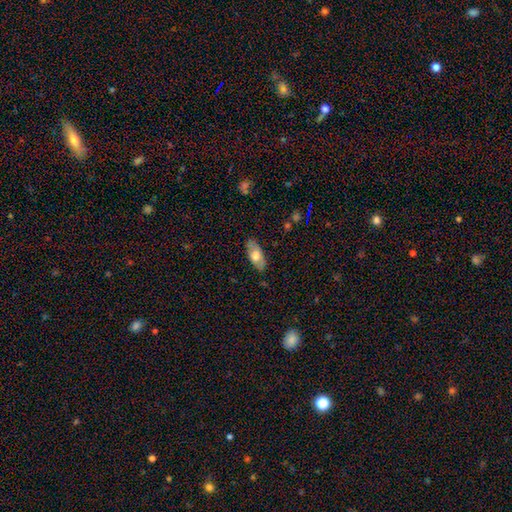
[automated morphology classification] smooth 62%, featured or disk 32%, star or artifact 6%. Down the decision tree: how rounded — in between (87%); merging — none (83%).